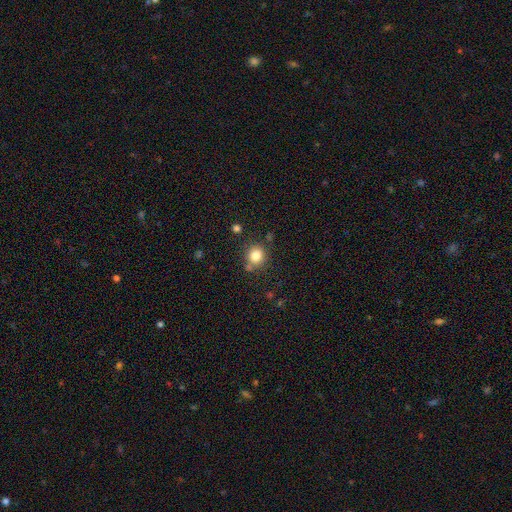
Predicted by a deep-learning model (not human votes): A smooth galaxy with no disk features (82%) that is round (88%).

Vote fractions:
- Smooth or featured? smooth: 82% / star or artifact: 12% / featured or disk: 7%
- How rounded? round: 88% / in between: 11% / cigar-shaped: 1%
- Merging? none: 78% / minor disturbance: 11% / merger: 9% / major disturbance: 3%